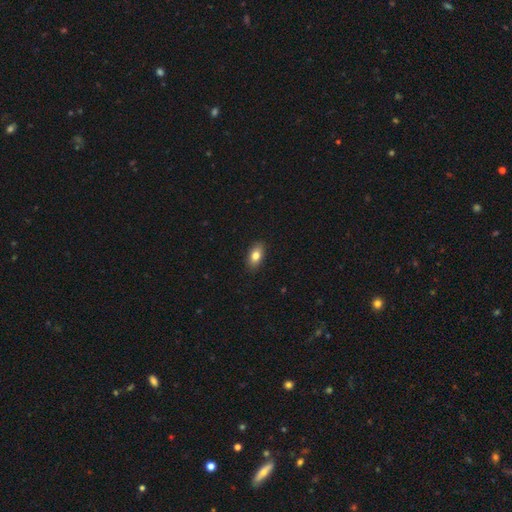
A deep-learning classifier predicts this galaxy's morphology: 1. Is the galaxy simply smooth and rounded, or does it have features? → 80% smooth, 12% featured or disk, 8% star or artifact.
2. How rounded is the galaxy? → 88% in between, 6% round, 5% cigar-shaped.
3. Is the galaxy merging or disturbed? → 89% none, 8% minor disturbance, 2% major disturbance, 1% merger.